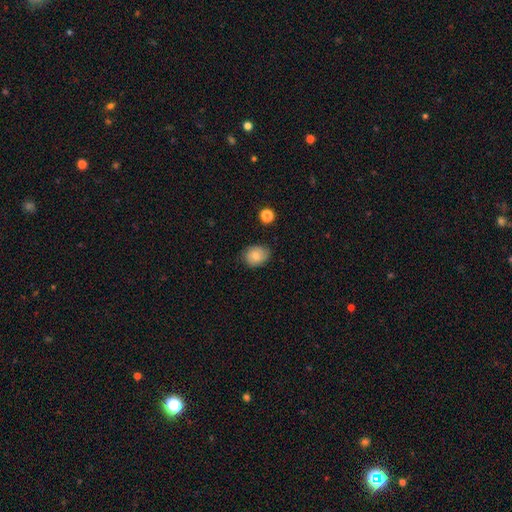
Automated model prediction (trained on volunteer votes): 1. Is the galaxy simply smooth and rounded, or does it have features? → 75% smooth, 16% featured or disk, 10% star or artifact.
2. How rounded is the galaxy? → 53% round, 46% in between, 1% cigar-shaped.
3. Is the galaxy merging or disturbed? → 79% none, 16% minor disturbance, 3% major disturbance, 1% merger.